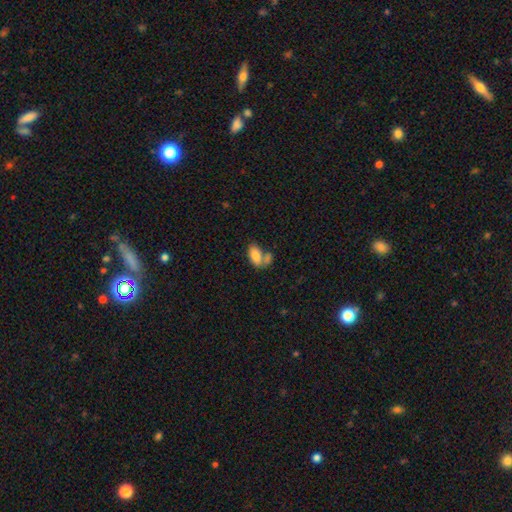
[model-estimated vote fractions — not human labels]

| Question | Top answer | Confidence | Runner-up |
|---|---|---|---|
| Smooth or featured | smooth | 81% | featured or disk (11%) |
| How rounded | in between | 93% | round (4%) |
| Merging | merger | 43% | none (38%) |